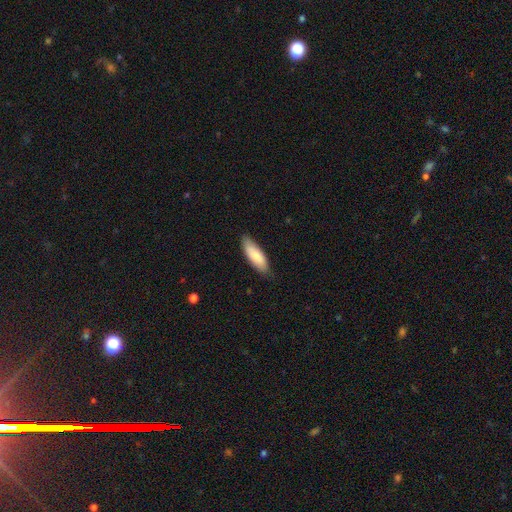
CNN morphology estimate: The model was most divided on "how rounded": in between: 63%, cigar-shaped: 36%, round: 2%. More confident: smooth or featured — smooth (83%); merging — none (82%).